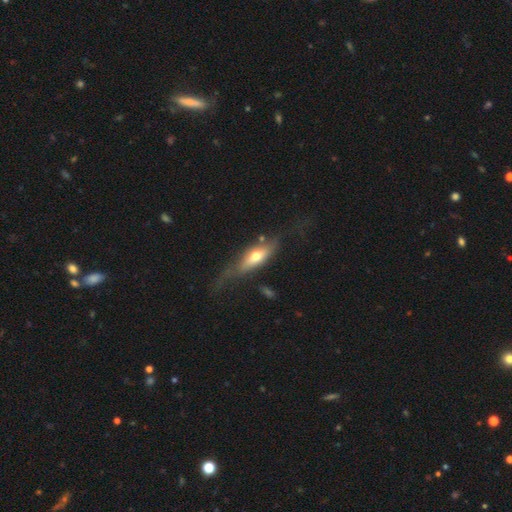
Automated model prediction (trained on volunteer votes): The model was most divided on "smooth or featured": smooth: 49%, featured or disk: 45%, star or artifact: 6%. Remaining: merging — none (47%).